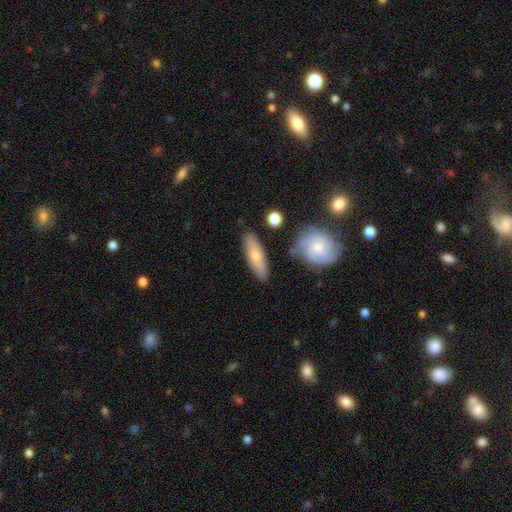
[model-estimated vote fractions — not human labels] Smooth or featured? Predicted: smooth (p=0.67). How rounded? Predicted: in between (p=0.50). Merging? Predicted: none (p=0.79).